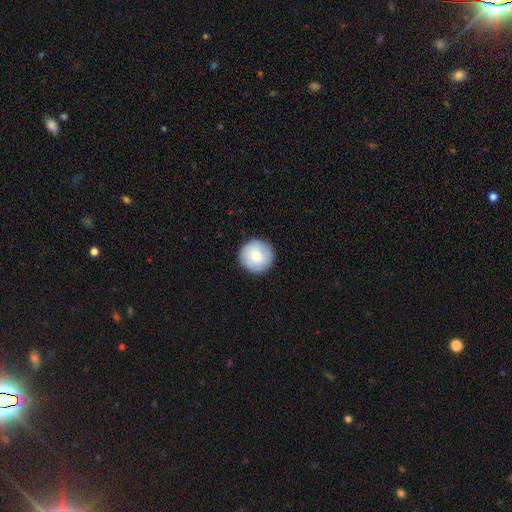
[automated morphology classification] This is likely a smooth galaxy (80%). How rounded: clearly round (96%). Merging: clearly none (91%).